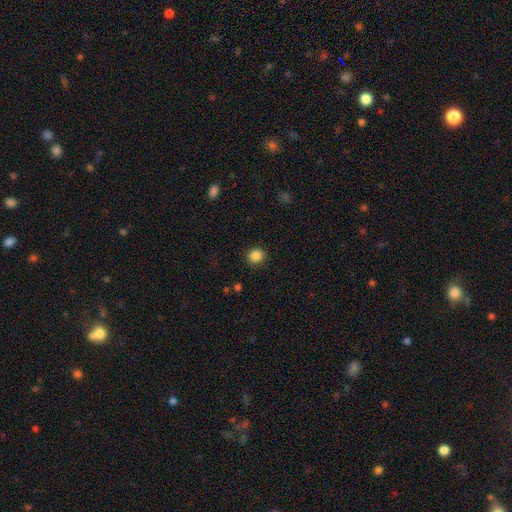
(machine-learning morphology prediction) The model was most divided on "smooth or featured": smooth: 86%, star or artifact: 11%, featured or disk: 3%. More confident: merging — none (90%); how rounded — round (88%).